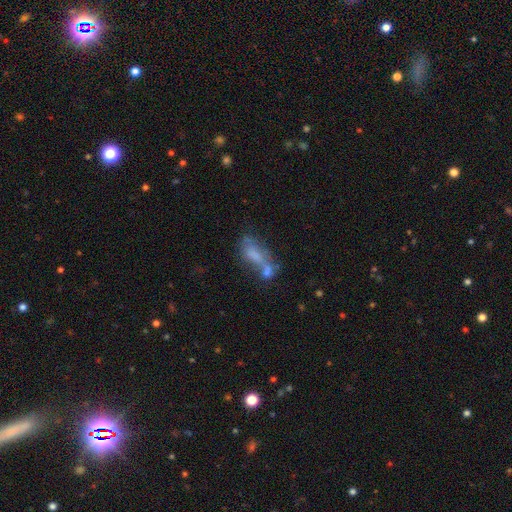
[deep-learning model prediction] Smooth or featured: smooth — 50% (featured or disk — 35%)
How rounded: in between — 67% (cigar-shaped — 27%)
Merging: merger — 45% (none — 25%)